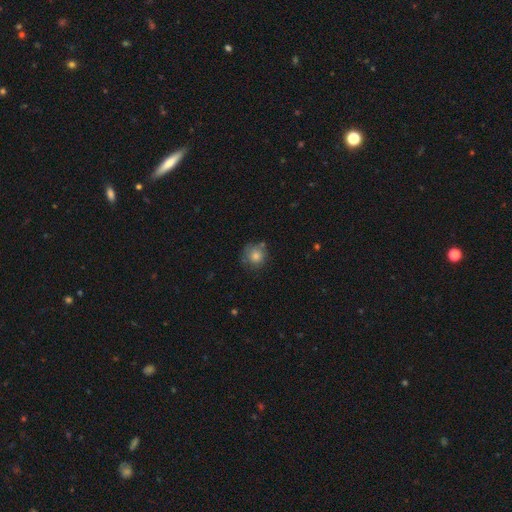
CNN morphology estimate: Smooth or featured? Predicted: smooth (p=0.78). How rounded? Predicted: round (p=0.91). Merging? Predicted: none (p=0.71).